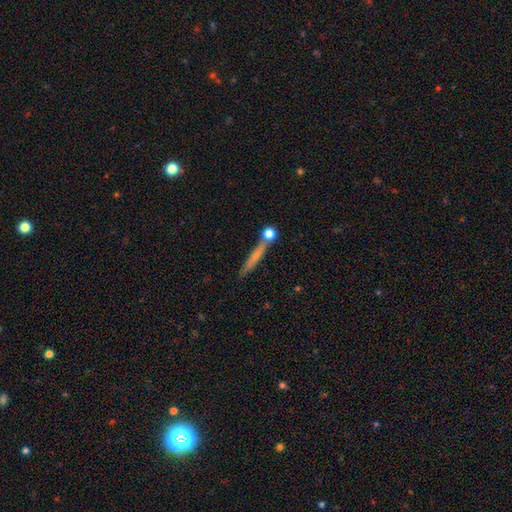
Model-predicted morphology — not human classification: Smooth or featured? smooth (55%)
How rounded? cigar-shaped (90%)
Merging? none (72%)